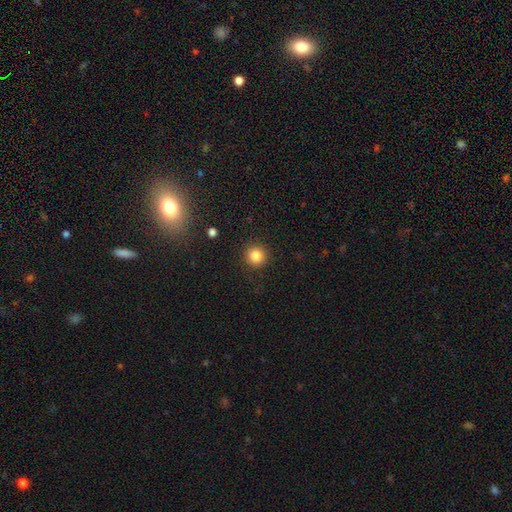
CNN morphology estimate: Smooth or featured? Predicted: smooth (p=0.85). How rounded? Predicted: round (p=0.94). Merging? Predicted: none (p=0.90).